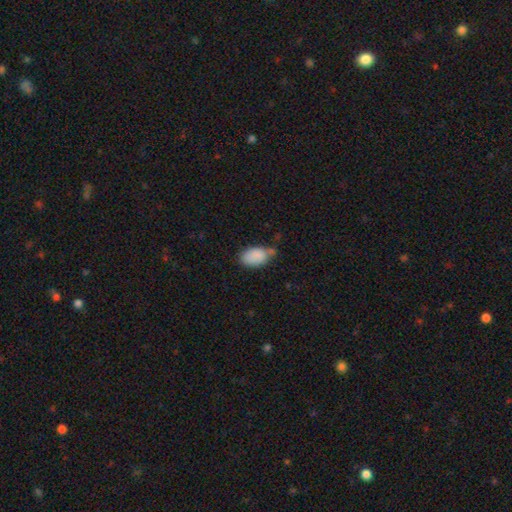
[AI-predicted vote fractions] Q: Smooth or featured?
A: smooth (86%); runner-up: star or artifact (8%)
Q: How rounded?
A: in between (90%); runner-up: round (8%)
Q: Merging?
A: none (48%); runner-up: minor disturbance (32%)